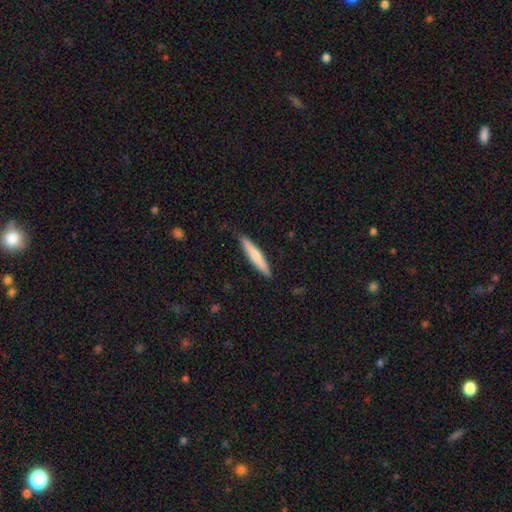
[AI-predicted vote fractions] Smooth or featured: smooth — 69% (featured or disk — 26%)
How rounded: cigar-shaped — 91% (in between — 8%)
Merging: none — 88% (minor disturbance — 9%)